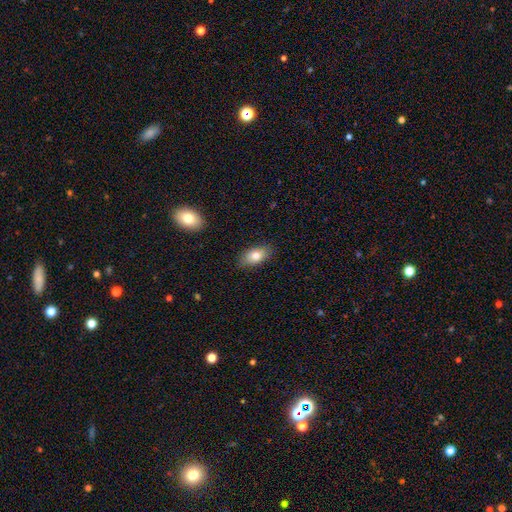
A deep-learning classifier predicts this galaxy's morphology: Smooth or featured? smooth (81%)
How rounded? in between (90%)
Merging? none (86%)